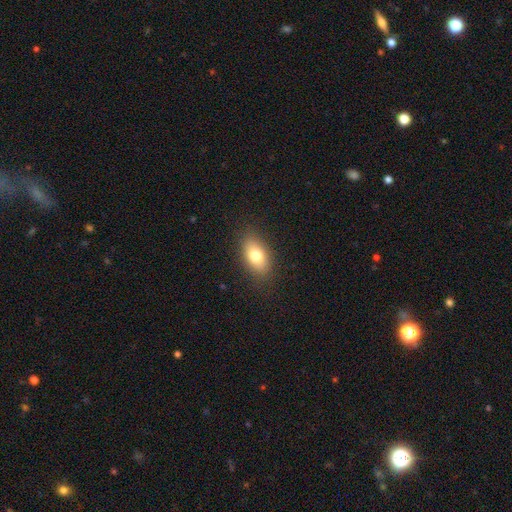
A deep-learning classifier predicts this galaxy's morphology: smooth-or-featured: smooth: 77% | featured or disk: 14% | star or artifact: 9%
  how-rounded: in between: 87% | round: 8% | cigar-shaped: 5%
  merging: none: 86% | minor disturbance: 10% | major disturbance: 3% | merger: 1%